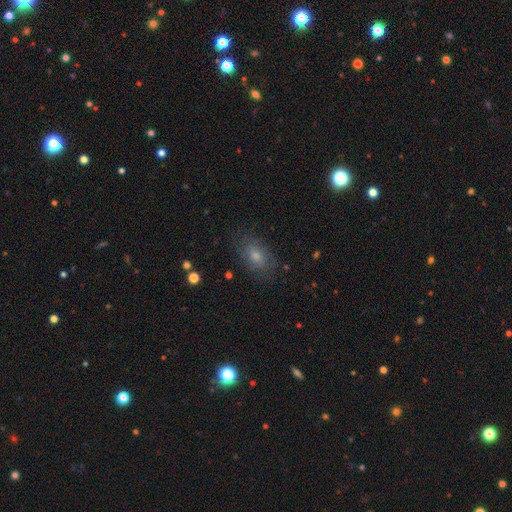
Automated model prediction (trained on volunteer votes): Morphology: type=smooth (55%); roundness=in between (80%); merging=none (79%).